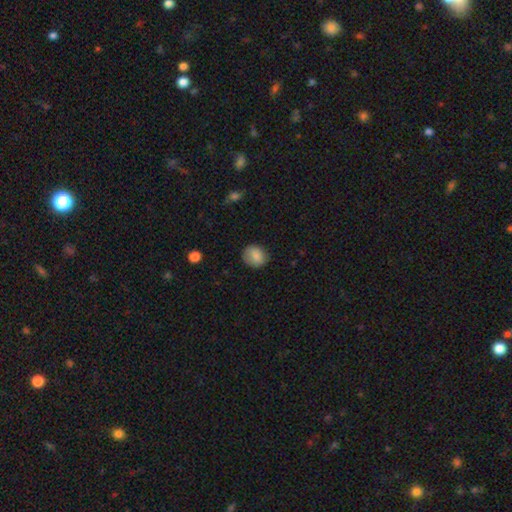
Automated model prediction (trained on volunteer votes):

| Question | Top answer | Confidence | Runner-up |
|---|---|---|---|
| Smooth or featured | smooth | 85% | star or artifact (8%) |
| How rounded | round | 72% | in between (27%) |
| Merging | none | 79% | minor disturbance (16%) |